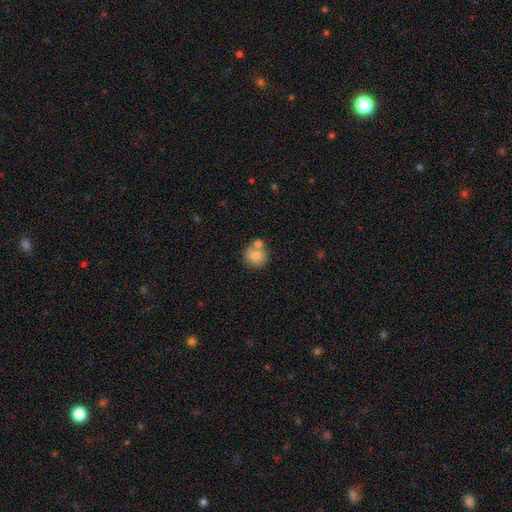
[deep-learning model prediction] Smooth or featured: smooth — 77% (featured or disk — 14%)
How rounded: round — 91% (in between — 8%)
Merging: none — 59% (merger — 28%)